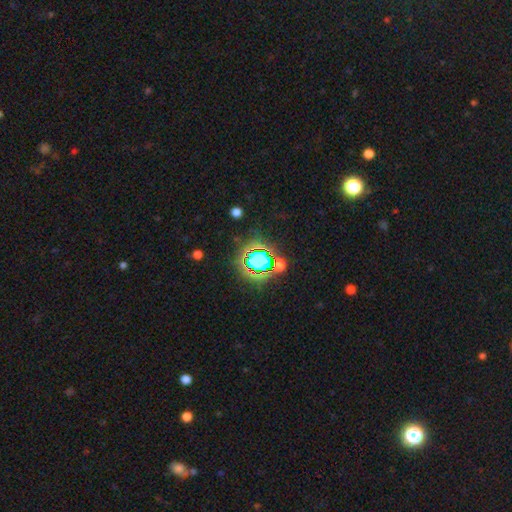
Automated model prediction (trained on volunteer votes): Smooth or featured? Predicted: star or artifact (p=0.73).